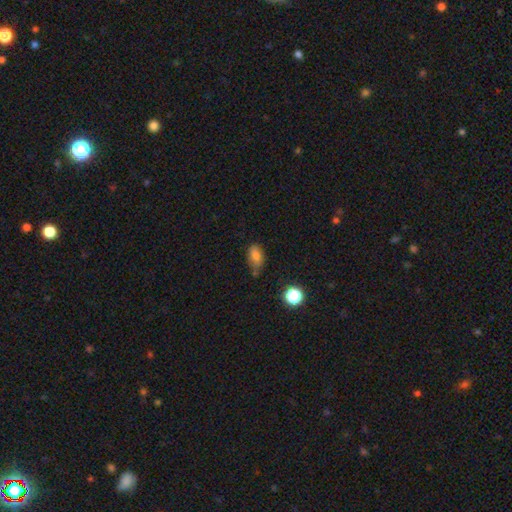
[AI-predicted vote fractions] smooth-or-featured: smooth: 78% | star or artifact: 12% | featured or disk: 9%
  how-rounded: in between: 87% | round: 10% | cigar-shaped: 4%
  merging: none: 58% | minor disturbance: 29% | merger: 7% | major disturbance: 6%